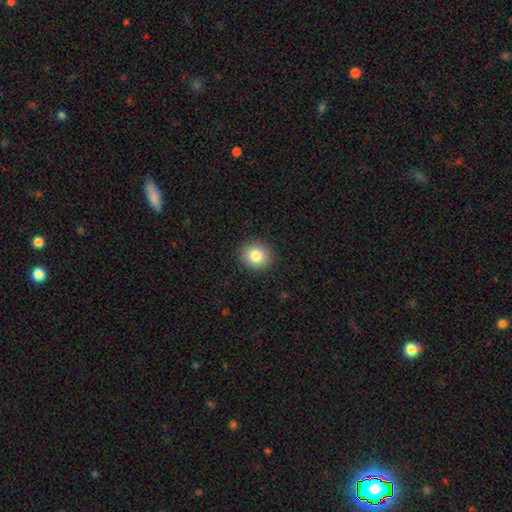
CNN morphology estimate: A smooth galaxy with no disk features (83%) that is round (85%). Merging: none (91%).